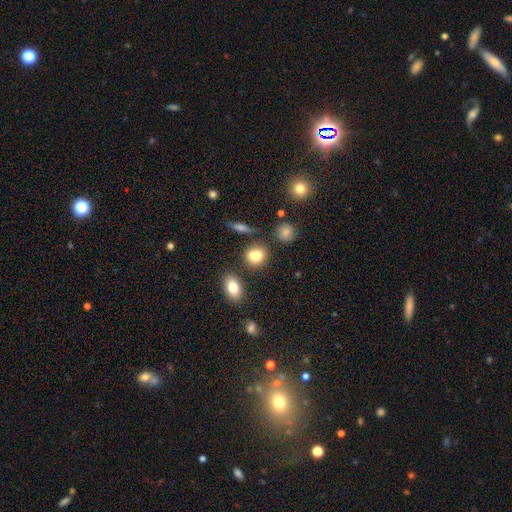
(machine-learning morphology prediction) smooth-or-featured: smooth: 80% | star or artifact: 11% | featured or disk: 8%
  how-rounded: round: 62% | in between: 36% | cigar-shaped: 2%
  merging: none: 73% | minor disturbance: 12% | merger: 10% | major disturbance: 4%